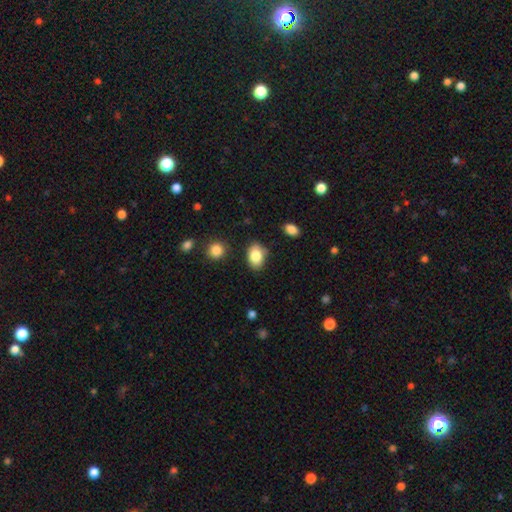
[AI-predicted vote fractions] Morphology: type=smooth (84%); roundness=in between (81%); merging=none (79%).